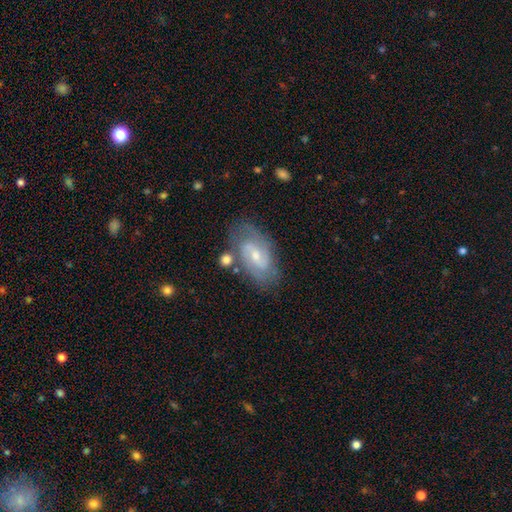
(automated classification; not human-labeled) Morphology: type=featured or disk (78%); edge-on=no (95%); bar=weak (54%); spiral arms=yes (93%); winding=medium (48%); arm count=2 (74%); bulge=small (56%); merging=none (72%).